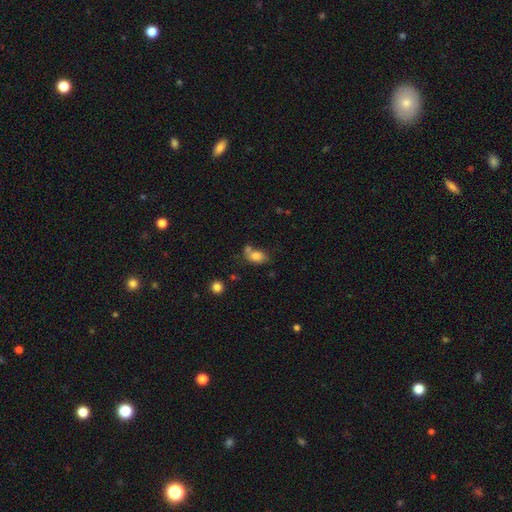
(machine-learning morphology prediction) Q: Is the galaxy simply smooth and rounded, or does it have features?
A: smooth — 80%.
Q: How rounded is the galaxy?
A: in between — 79%.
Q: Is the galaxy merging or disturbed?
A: none — 45%.